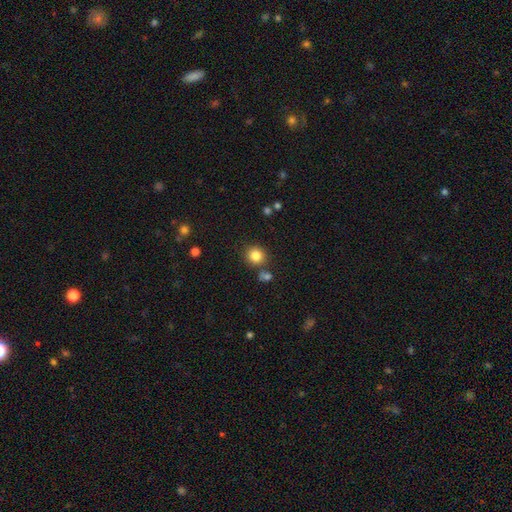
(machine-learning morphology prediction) smooth 83%, star or artifact 11%, featured or disk 6%. Down the decision tree: how rounded — round (88%); merging — none (81%).